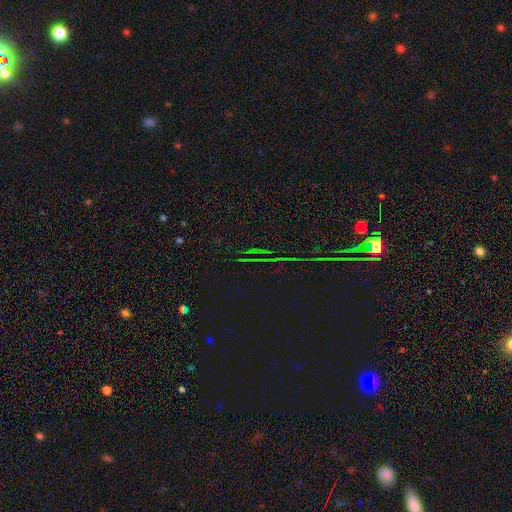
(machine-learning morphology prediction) A star or artifact, not a galaxy (80%).